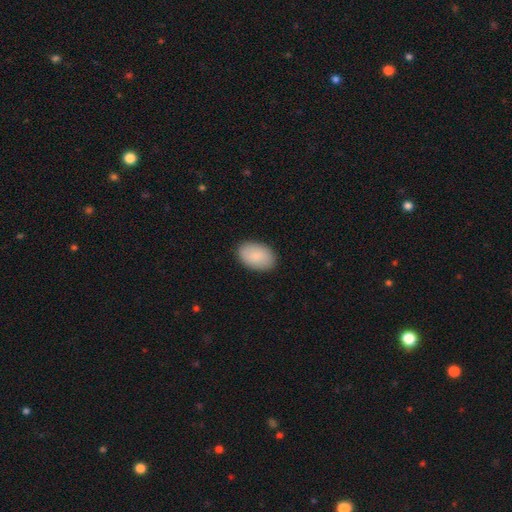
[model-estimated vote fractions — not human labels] smooth-or-featured: smooth: 87% | featured or disk: 7% | star or artifact: 6%
  how-rounded: in between: 92% | round: 7% | cigar-shaped: 1%
  merging: none: 89% | minor disturbance: 8% | major disturbance: 2% | merger: 1%